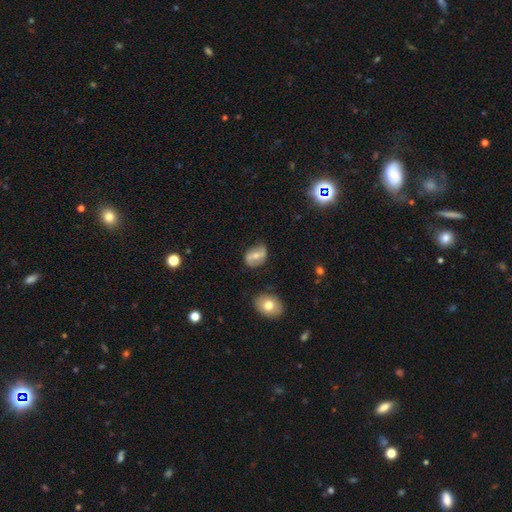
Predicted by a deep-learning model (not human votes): Smooth or featured? Predicted: featured or disk (p=0.50). Edge-on disk? Predicted: no (p=0.93). Merging? Predicted: none (p=0.74).